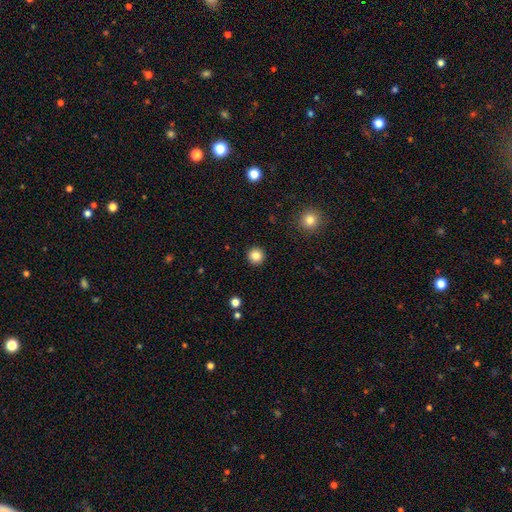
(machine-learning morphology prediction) A smooth galaxy with no disk features (84%) that is round (95%). Merging: none (93%).